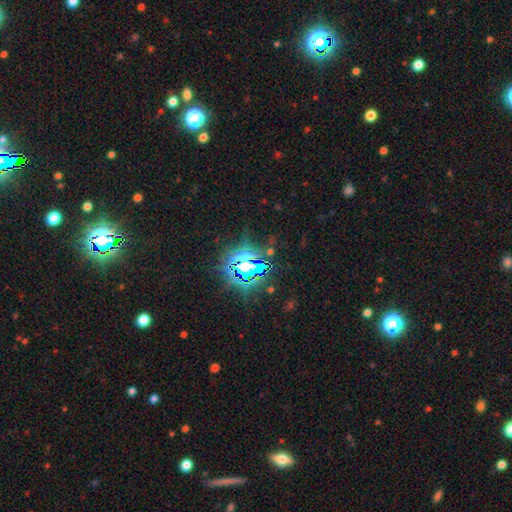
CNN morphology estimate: smooth-or-featured: star or artifact: 78% | smooth: 13% | featured or disk: 9%